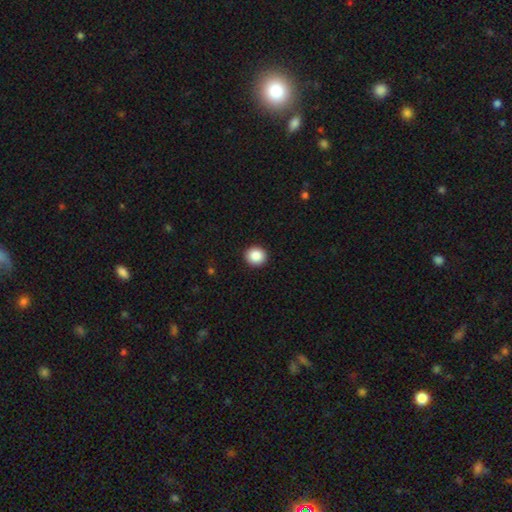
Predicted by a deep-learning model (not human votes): Smooth or featured?
  - smooth: 88% *
  - star or artifact: 8%
  - featured or disk: 3%
How rounded?
  - round: 90% *
  - in between: 9%
  - cigar-shaped: 1%
Merging?
  - none: 93% *
  - minor disturbance: 5%
  - major disturbance: 2%
  - merger: 1%